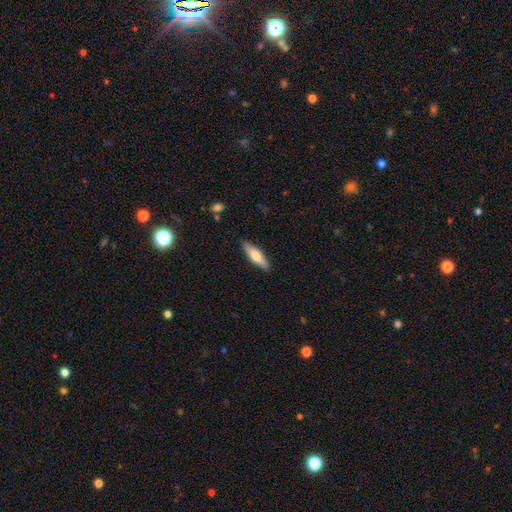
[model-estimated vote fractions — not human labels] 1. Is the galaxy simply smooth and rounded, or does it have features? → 68% smooth, 26% featured or disk, 6% star or artifact.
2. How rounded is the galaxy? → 52% cigar-shaped, 47% in between, 2% round.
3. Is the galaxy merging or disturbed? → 87% none, 10% minor disturbance, 2% major disturbance, 1% merger.